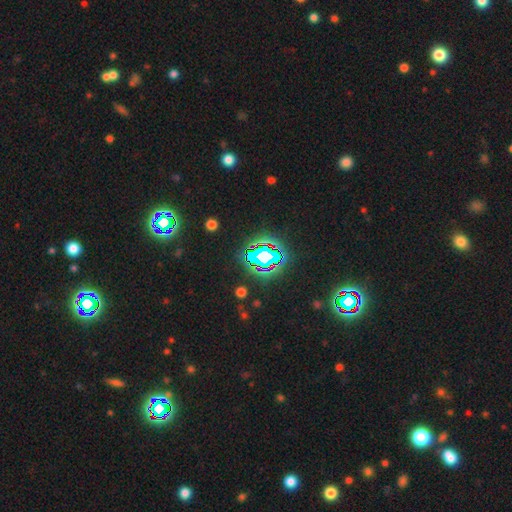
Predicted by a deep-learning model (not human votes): smooth_or_featured: star or artifact (p=0.83) [alt: smooth p=0.10]